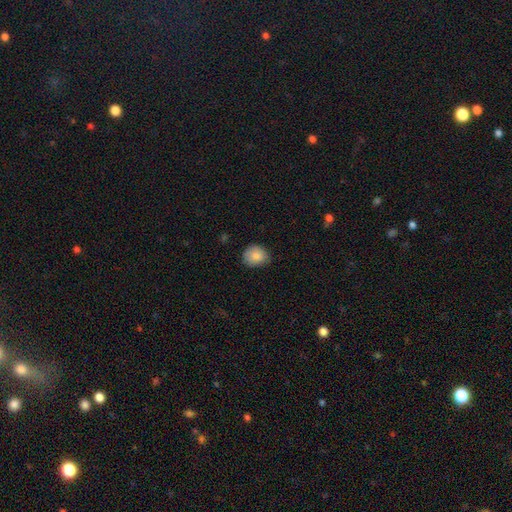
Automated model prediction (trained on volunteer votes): Smooth or featured: smooth — 85% (star or artifact — 8%)
How rounded: round — 73% (in between — 26%)
Merging: none — 74% (minor disturbance — 21%)